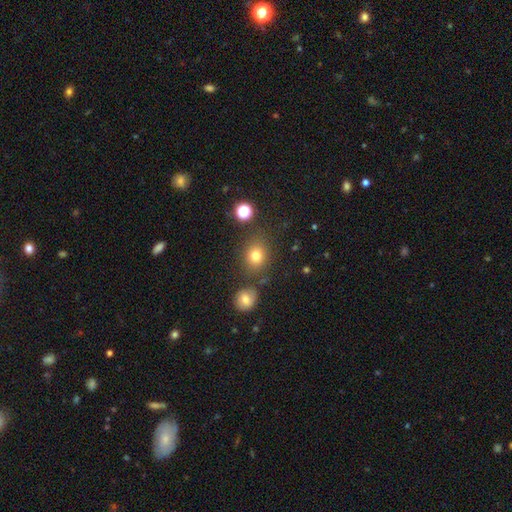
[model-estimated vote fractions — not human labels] A smooth galaxy with no disk features (77%) that is round (73%).

Vote fractions:
- Smooth or featured? smooth: 77% / star or artifact: 15% / featured or disk: 8%
- How rounded? round: 73% / in between: 26% / cigar-shaped: 1%
- Merging? none: 78% / minor disturbance: 11% / merger: 7% / major disturbance: 4%